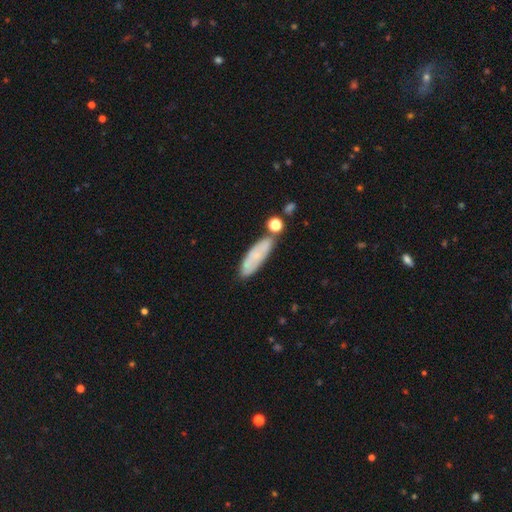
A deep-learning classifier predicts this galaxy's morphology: smooth 66%, featured or disk 26%, star or artifact 8%. Down the decision tree: how rounded — cigar-shaped (51%); merging — none (66%).